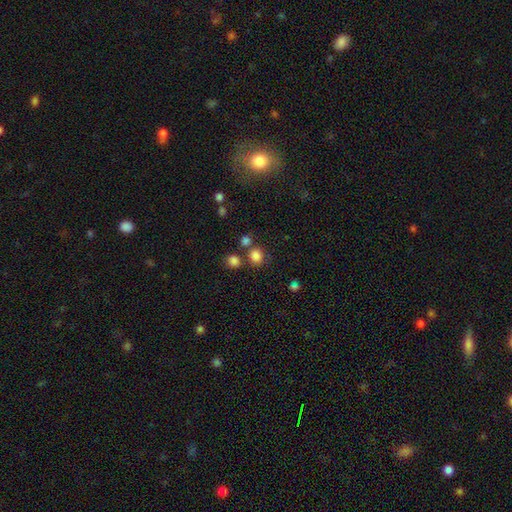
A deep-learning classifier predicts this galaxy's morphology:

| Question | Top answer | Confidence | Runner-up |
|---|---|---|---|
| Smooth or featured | smooth | 81% | star or artifact (14%) |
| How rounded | round | 82% | in between (17%) |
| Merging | none | 68% | merger (18%) |